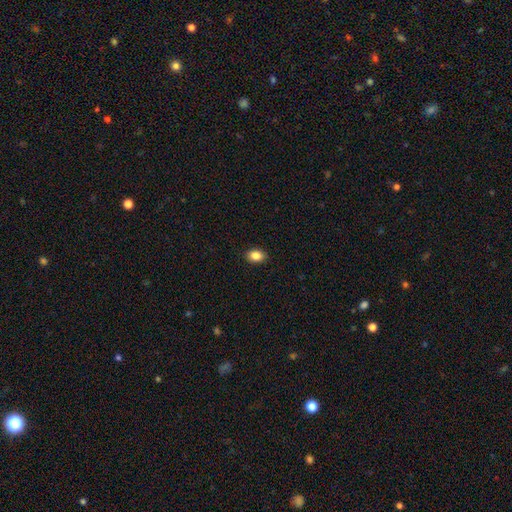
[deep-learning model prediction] smooth_or_featured: smooth (p=0.86) [alt: star or artifact p=0.09]
how_rounded: in between (p=0.81) [alt: round p=0.18]
merging: none (p=0.90) [alt: minor disturbance p=0.07]